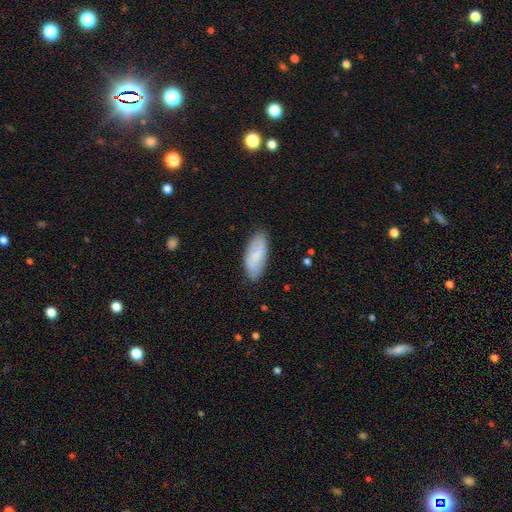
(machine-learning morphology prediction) This is likely a smooth galaxy (74%). How rounded: clearly in between (84%). Merging: clearly none (81%).